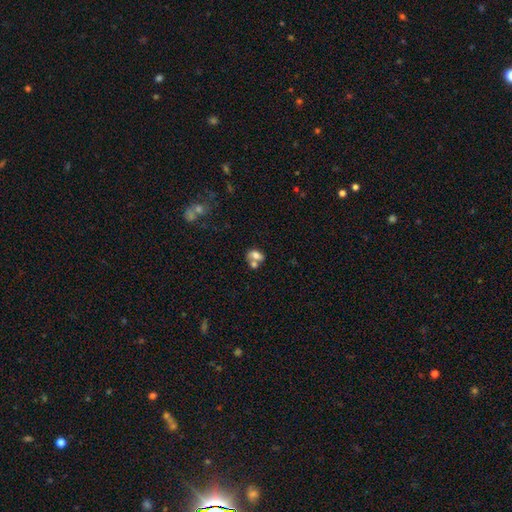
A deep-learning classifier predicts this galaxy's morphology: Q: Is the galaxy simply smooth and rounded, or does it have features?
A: smooth — 69%.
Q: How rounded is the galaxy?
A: in between — 76%.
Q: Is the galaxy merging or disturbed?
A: merger — 50%.